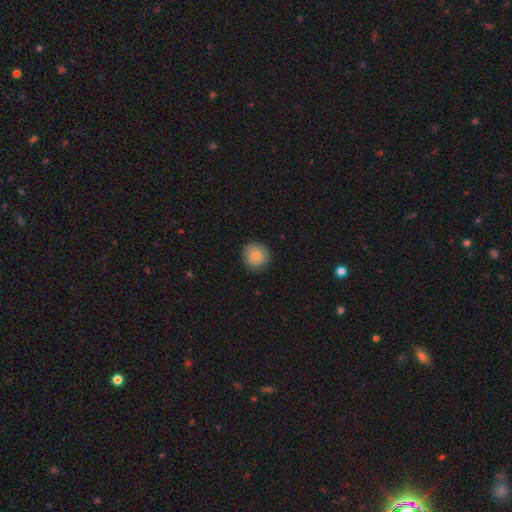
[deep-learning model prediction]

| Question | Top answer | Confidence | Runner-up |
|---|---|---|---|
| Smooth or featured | smooth | 83% | featured or disk (10%) |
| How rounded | round | 92% | in between (7%) |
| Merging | none | 87% | minor disturbance (9%) |